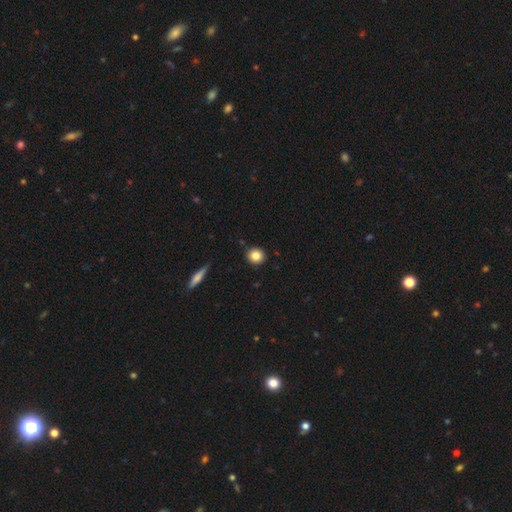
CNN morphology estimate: A smooth galaxy with no disk features (84%) that is round (85%).

Vote fractions:
- Smooth or featured? smooth: 84% / star or artifact: 9% / featured or disk: 6%
- How rounded? round: 85% / in between: 14% / cigar-shaped: 1%
- Merging? none: 89% / minor disturbance: 8% / merger: 2% / major disturbance: 2%